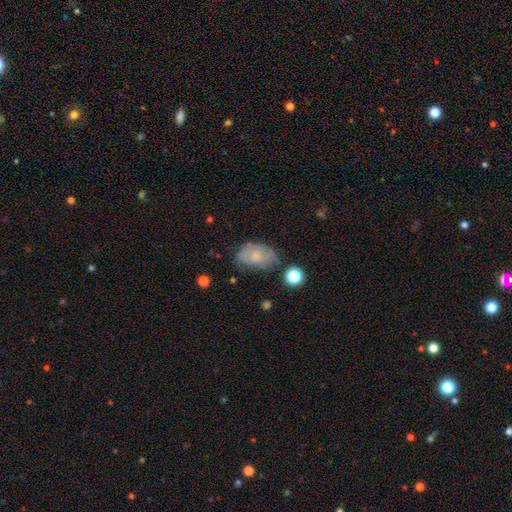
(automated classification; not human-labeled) This is likely a smooth galaxy (61%). How rounded: clearly in between (87%). Merging: possibly none (50%).